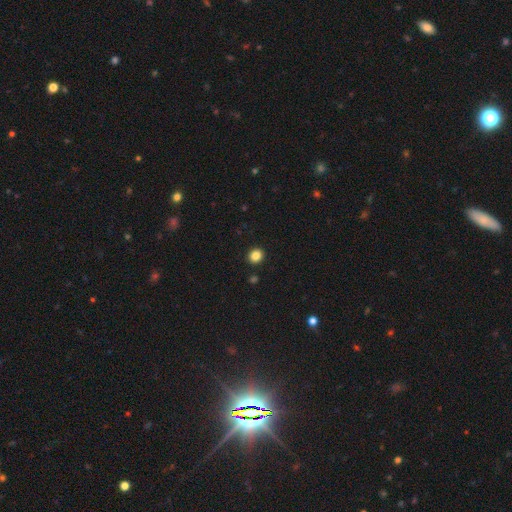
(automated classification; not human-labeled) This is clearly a smooth galaxy (86%). How rounded: clearly round (81%). Merging: clearly none (92%).